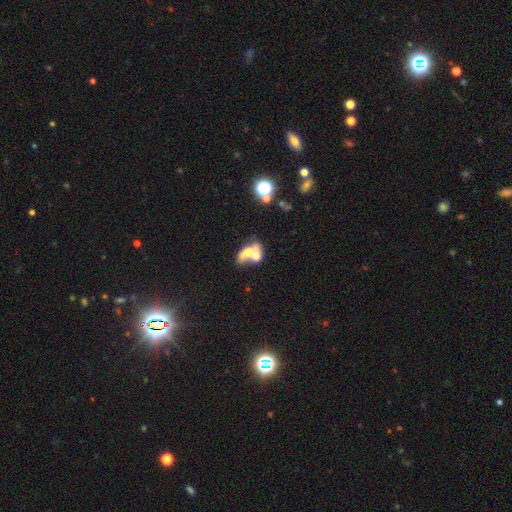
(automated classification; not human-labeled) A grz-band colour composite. It shows a smooth galaxy with no disk features (49%). Merging: merger (74%).